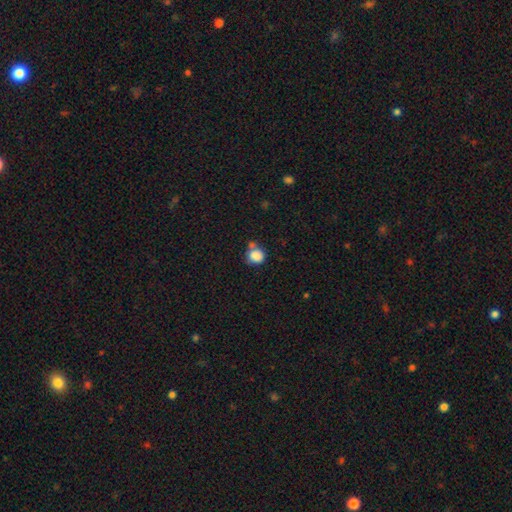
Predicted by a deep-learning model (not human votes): Smooth or featured: smooth — 84% (star or artifact — 10%)
How rounded: round — 78% (in between — 21%)
Merging: none — 48% (merger — 29%)